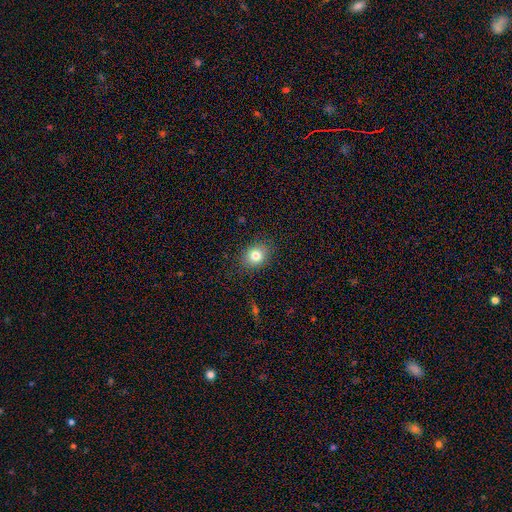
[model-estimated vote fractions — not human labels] Smooth or featured? Predicted: smooth (p=0.80). How rounded? Predicted: in between (p=0.51). Merging? Predicted: none (p=0.86).